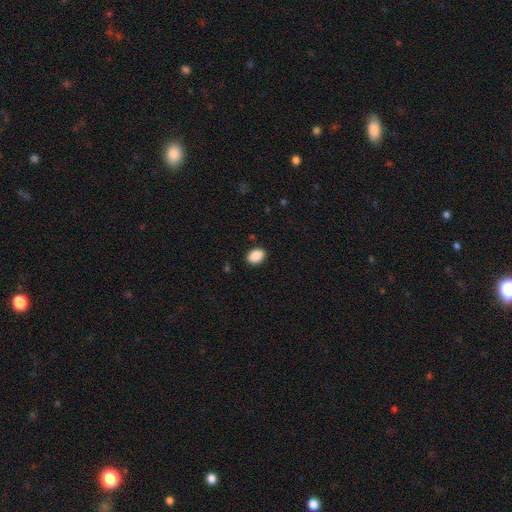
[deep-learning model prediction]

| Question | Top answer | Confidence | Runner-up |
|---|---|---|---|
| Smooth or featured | smooth | 90% | star or artifact (7%) |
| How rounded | in between | 78% | round (21%) |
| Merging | none | 89% | minor disturbance (8%) |